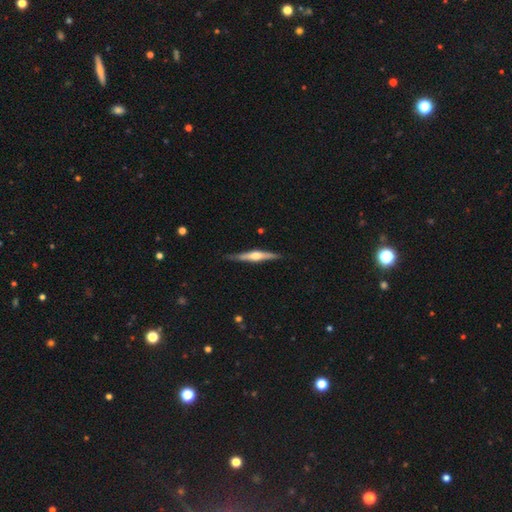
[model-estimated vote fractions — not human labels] This is likely a featured or disk galaxy (69%). It is clearly viewed edge-on (97%). Edge-on bulge: clearly rounded (88%). Merging: clearly none (84%).